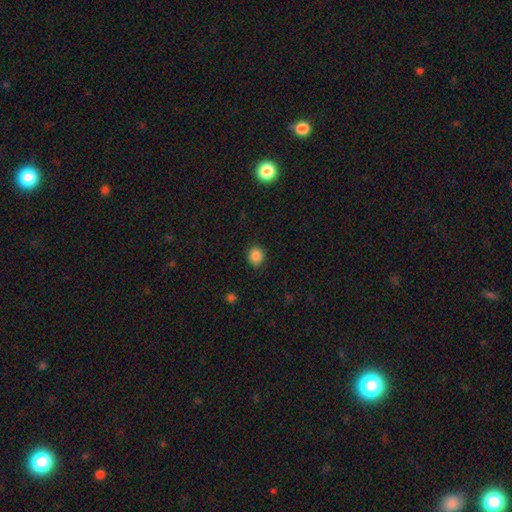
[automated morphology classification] smooth 86%, star or artifact 10%, featured or disk 3%. Down the decision tree: how rounded — round (74%); merging — none (89%).